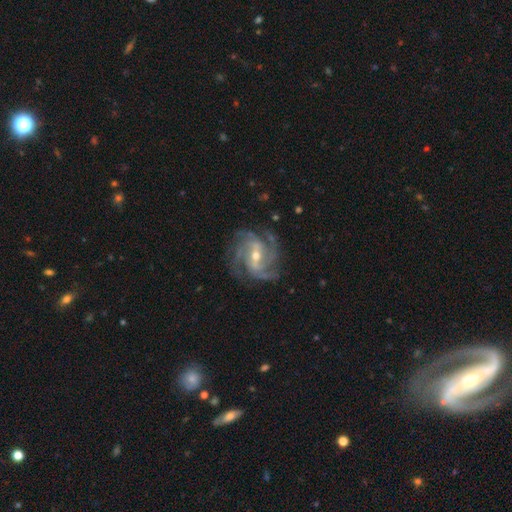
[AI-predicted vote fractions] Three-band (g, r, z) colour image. It shows a featured or disk galaxy (92%) with a weak bar (44%), 3 (37%) medium (47%) spiral arms (98%) and a small central bulge (49%). Merging: none (77%).